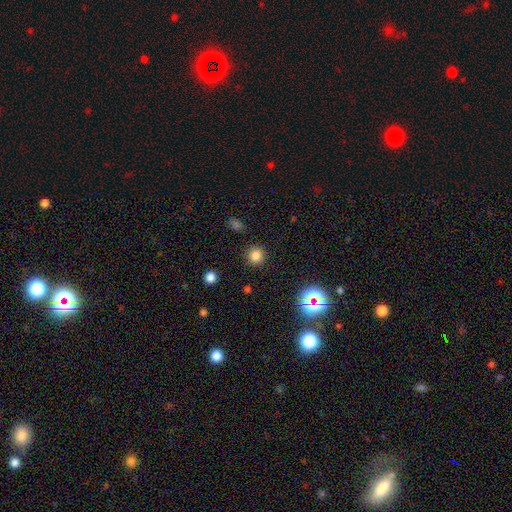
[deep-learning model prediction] Q: Smooth or featured?
A: smooth (80%); runner-up: star or artifact (15%)
Q: How rounded?
A: round (92%); runner-up: in between (7%)
Q: Merging?
A: none (90%); runner-up: minor disturbance (6%)